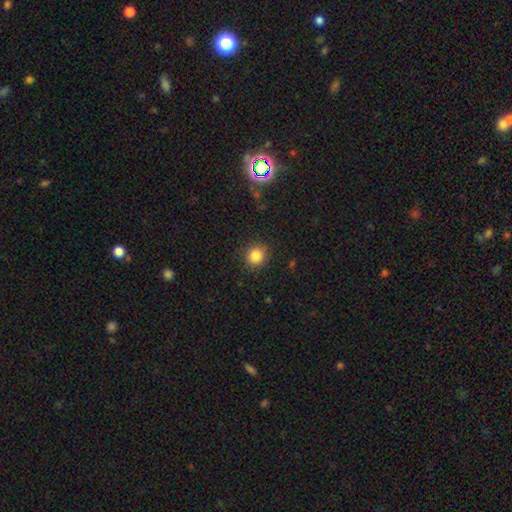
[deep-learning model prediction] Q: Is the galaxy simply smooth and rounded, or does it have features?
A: smooth — 84%.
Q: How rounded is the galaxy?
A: round — 88%.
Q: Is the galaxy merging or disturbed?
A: none — 88%.